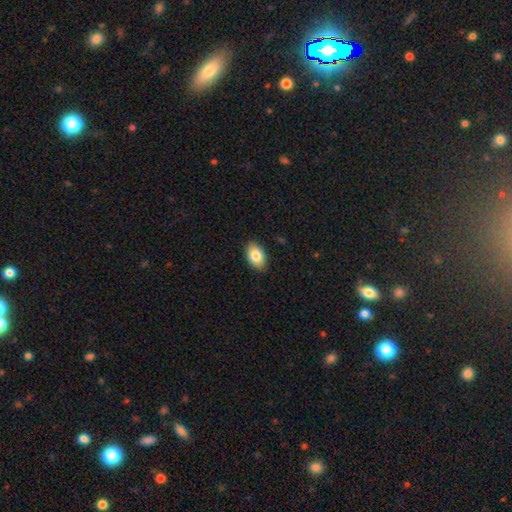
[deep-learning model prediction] This appears to be a smooth galaxy with no disk features (83%) that is in between round and cigar-shaped (90%). Merging: none (88%).